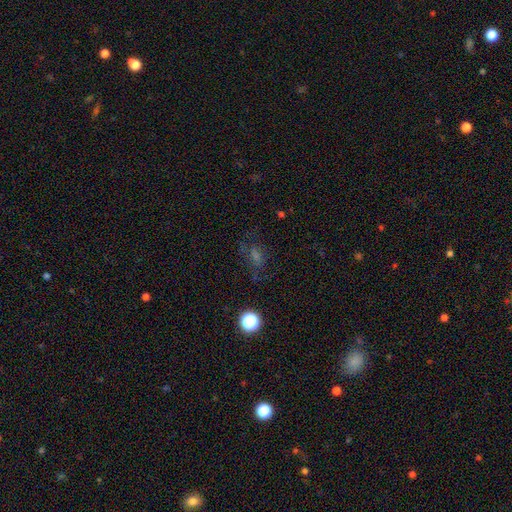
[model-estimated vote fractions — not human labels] Smooth or featured? star or artifact (38%, tied with smooth)